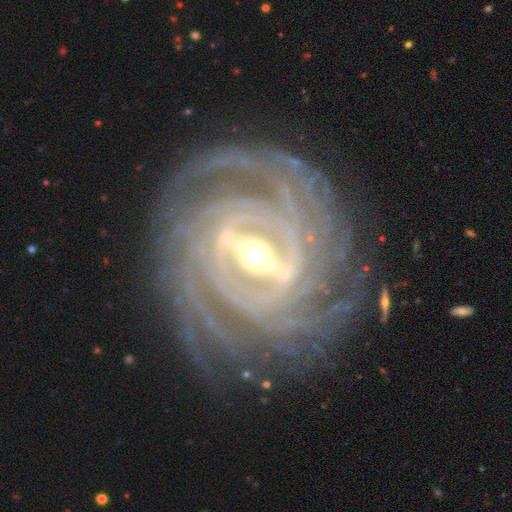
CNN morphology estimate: Overall: featured or disk (93%). Edge-on disk: no (94%). Bar: strong (77%). Spiral arms: yes (97%). Spiral arm count: more than 4 (25%; 4 24%). Spiral winding: tight (84%). Bulge size: moderate (60%; small 33%). Merging: none (83%).